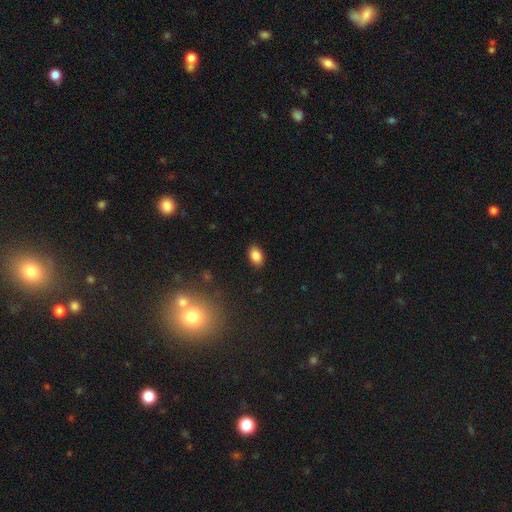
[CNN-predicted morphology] smooth-or-featured: smooth: 86% | star or artifact: 9% | featured or disk: 5%
  how-rounded: in between: 87% | round: 11% | cigar-shaped: 1%
  merging: none: 87% | minor disturbance: 9% | major disturbance: 2% | merger: 1%